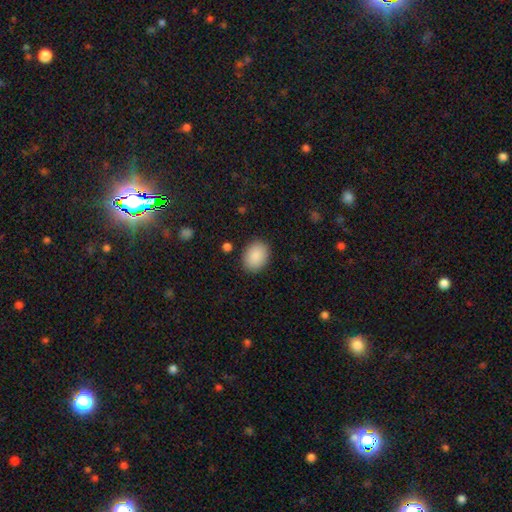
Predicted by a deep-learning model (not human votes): Smooth or featured?
  - smooth: 89% *
  - star or artifact: 7%
  - featured or disk: 4%
How rounded?
  - in between: 69% *
  - round: 30%
  - cigar-shaped: 1%
Merging?
  - none: 88% *
  - minor disturbance: 9%
  - major disturbance: 2%
  - merger: 1%